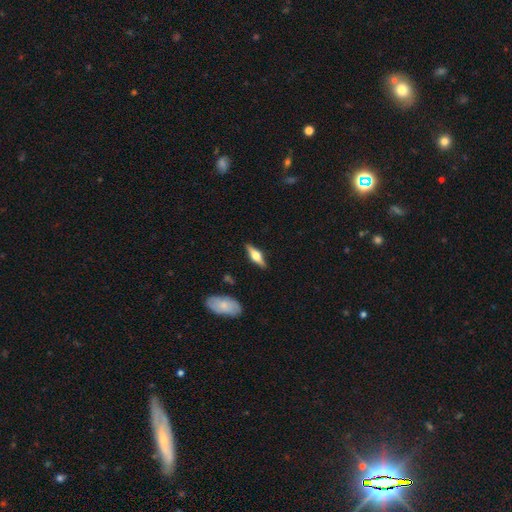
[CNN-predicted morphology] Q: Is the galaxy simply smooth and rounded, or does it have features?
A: featured or disk — 62%.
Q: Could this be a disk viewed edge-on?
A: yes — 95%.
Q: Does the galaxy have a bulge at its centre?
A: rounded — 92%.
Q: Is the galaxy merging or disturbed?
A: none — 87%.